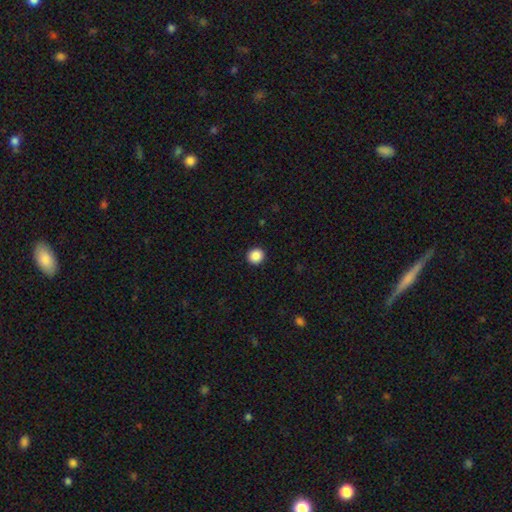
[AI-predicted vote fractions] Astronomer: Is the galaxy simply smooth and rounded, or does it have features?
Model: smooth — 88%.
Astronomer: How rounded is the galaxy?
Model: round — 94%.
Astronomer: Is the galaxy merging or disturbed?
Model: none — 93%.